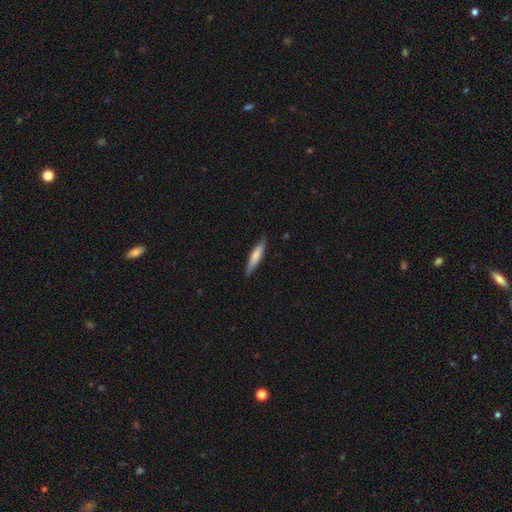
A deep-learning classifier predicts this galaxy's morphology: Smooth or featured? smooth (72%)
How rounded? cigar-shaped (83%)
Merging? none (86%)